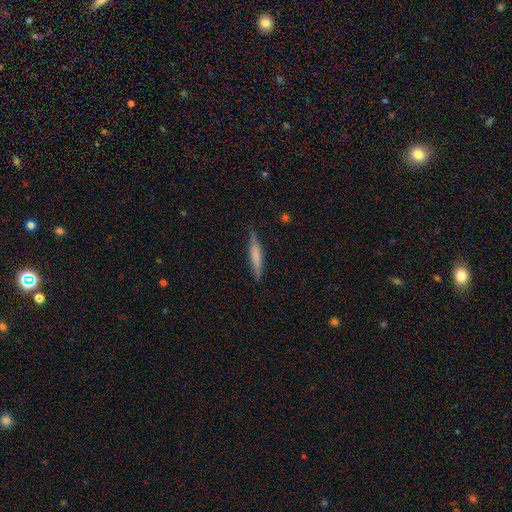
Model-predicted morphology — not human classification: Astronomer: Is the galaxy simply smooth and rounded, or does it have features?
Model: smooth — 58% (runner-up: featured or disk, 36%).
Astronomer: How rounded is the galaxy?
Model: cigar-shaped — 91%.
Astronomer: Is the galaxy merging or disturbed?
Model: none — 83%.